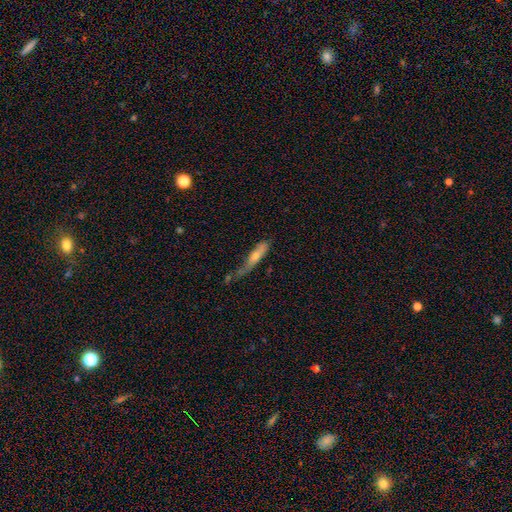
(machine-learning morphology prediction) This appears to be a smooth galaxy with no disk features (51%) that is cigar-shaped (81%). Merging: none (41%).